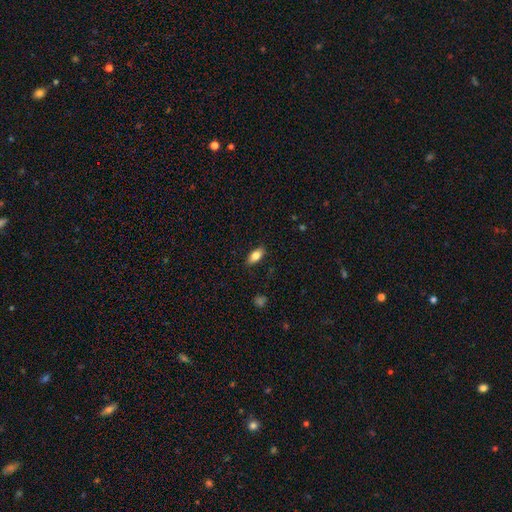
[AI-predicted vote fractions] A smooth galaxy with no disk features (79%) that is in between round and cigar-shaped (86%). Merging: none (87%).